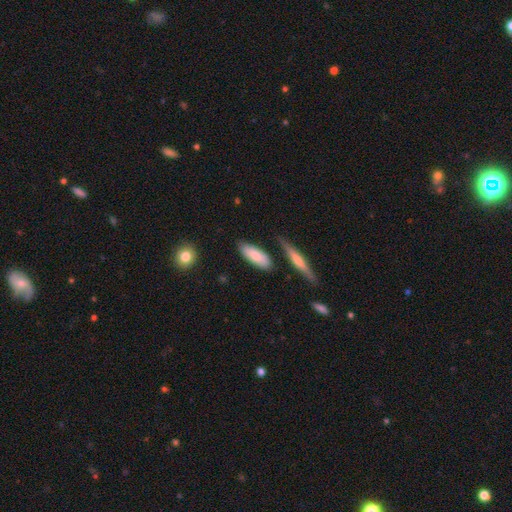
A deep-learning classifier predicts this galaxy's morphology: A smooth galaxy with no disk features (77%) that is in between round and cigar-shaped (71%).

Vote fractions:
- Smooth or featured? smooth: 77% / featured or disk: 17% / star or artifact: 6%
- How rounded? in between: 71% / cigar-shaped: 27% / round: 2%
- Merging? none: 75% / minor disturbance: 17% / merger: 5% / major disturbance: 3%